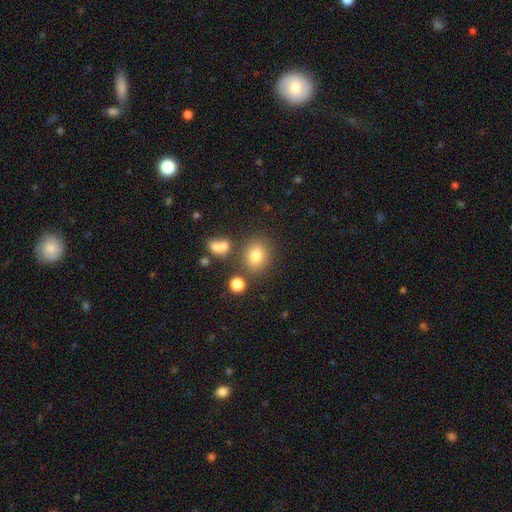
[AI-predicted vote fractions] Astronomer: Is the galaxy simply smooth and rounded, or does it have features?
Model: smooth — 78%.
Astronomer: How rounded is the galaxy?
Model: round — 58% (runner-up: in between, 41%).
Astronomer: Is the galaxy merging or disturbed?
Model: none — 76%.